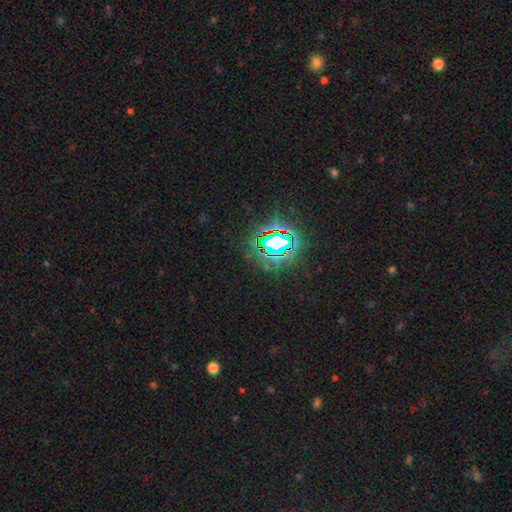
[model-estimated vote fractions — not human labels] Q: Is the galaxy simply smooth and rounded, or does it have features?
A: star or artifact — 83%.